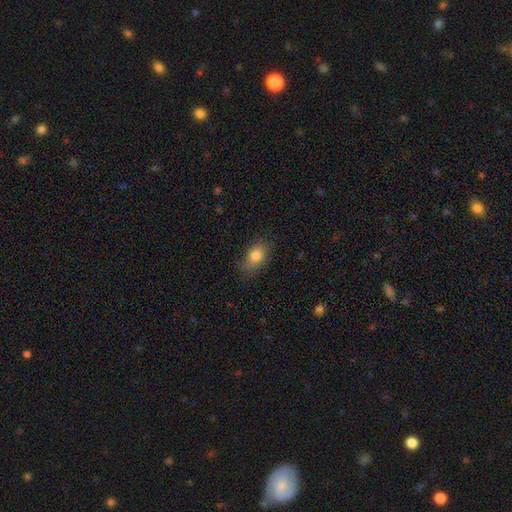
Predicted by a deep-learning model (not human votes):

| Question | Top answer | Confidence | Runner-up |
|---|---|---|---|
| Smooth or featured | smooth | 81% | featured or disk (10%) |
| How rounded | in between | 82% | round (16%) |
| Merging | none | 78% | minor disturbance (17%) |